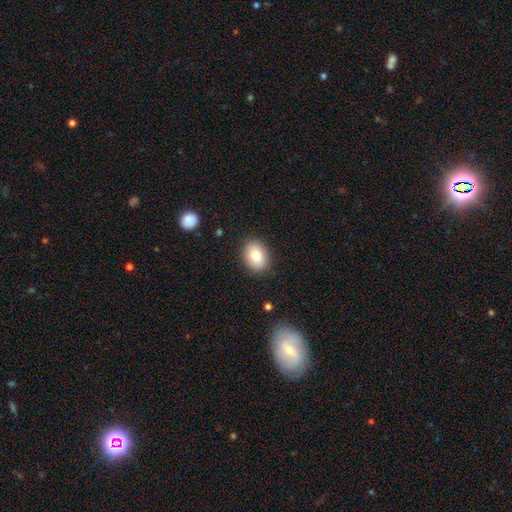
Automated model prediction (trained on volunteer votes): smooth_or_featured: smooth (p=0.83) [alt: featured or disk p=0.09]
how_rounded: in between (p=0.71) [alt: round p=0.28]
merging: none (p=0.88) [alt: minor disturbance p=0.09]